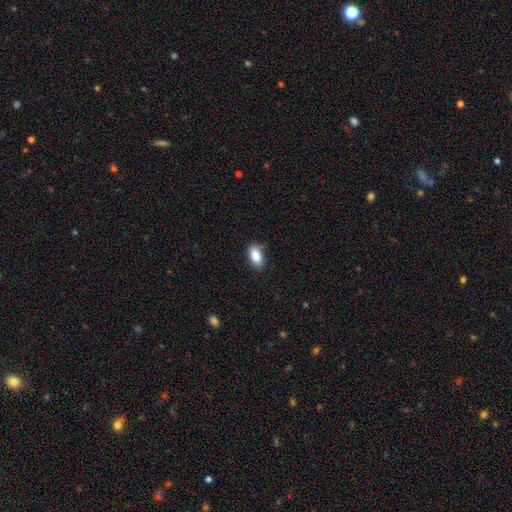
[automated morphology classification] Smooth or featured: smooth — 84% (star or artifact — 8%)
How rounded: in between — 90% (round — 7%)
Merging: none — 79% (minor disturbance — 17%)